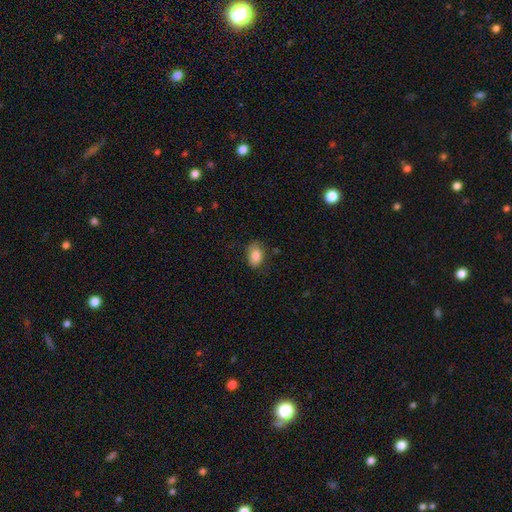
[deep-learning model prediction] This appears to be a smooth galaxy with no disk features (84%) that is in between round and cigar-shaped (85%). Merging: none (70%).